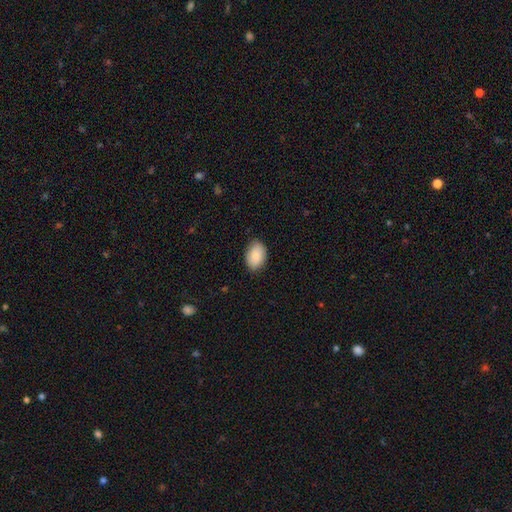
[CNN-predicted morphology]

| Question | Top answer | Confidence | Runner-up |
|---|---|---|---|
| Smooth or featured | smooth | 86% | featured or disk (8%) |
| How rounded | in between | 89% | round (10%) |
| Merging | none | 84% | minor disturbance (13%) |